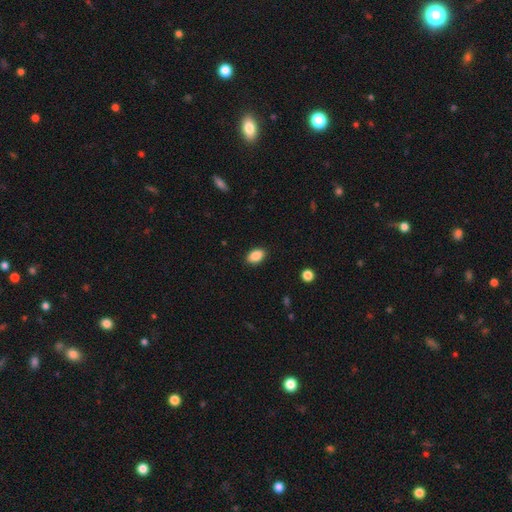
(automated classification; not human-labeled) This appears to be a smooth galaxy with no disk features (88%) that is in between round and cigar-shaped (89%). Merging: none (89%).